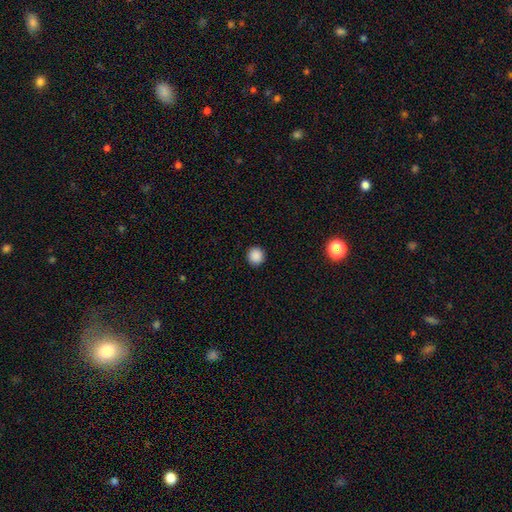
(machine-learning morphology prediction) smooth-or-featured: smooth: 88% | star or artifact: 10% | featured or disk: 2%
  how-rounded: round: 94% | in between: 5% | cigar-shaped: 1%
  merging: none: 93% | minor disturbance: 5% | major disturbance: 2% | merger: 1%